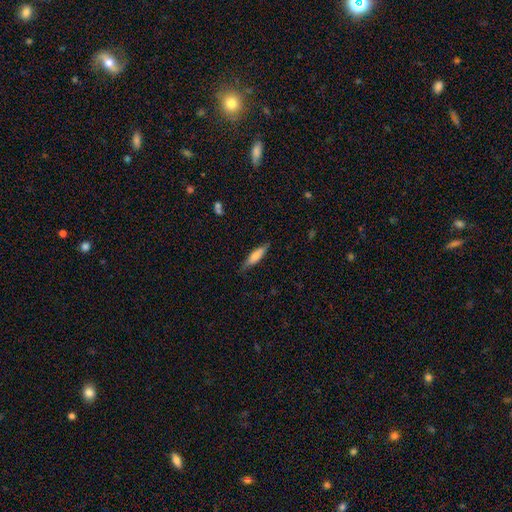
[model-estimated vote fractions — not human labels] A smooth galaxy with no disk features (66%) that is cigar-shaped (69%). Merging: none (80%).